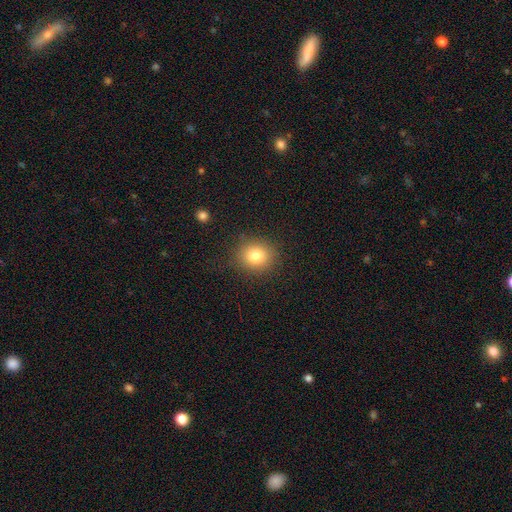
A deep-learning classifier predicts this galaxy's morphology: Q: Smooth or featured?
A: smooth (80%); runner-up: star or artifact (12%)
Q: How rounded?
A: round (81%); runner-up: in between (18%)
Q: Merging?
A: none (87%); runner-up: minor disturbance (8%)